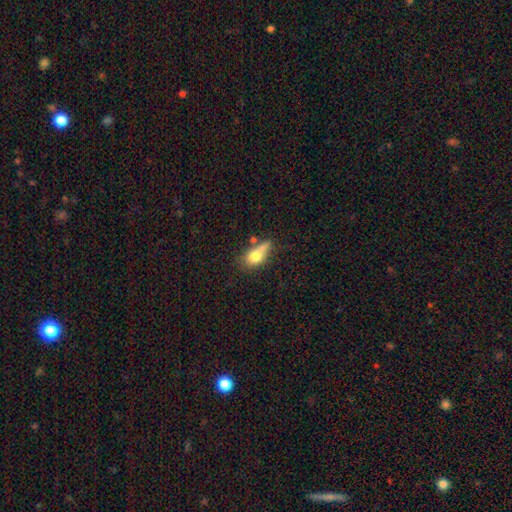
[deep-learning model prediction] Smooth or featured? smooth (72%)
How rounded? in between (74%)
Merging? none (36%)